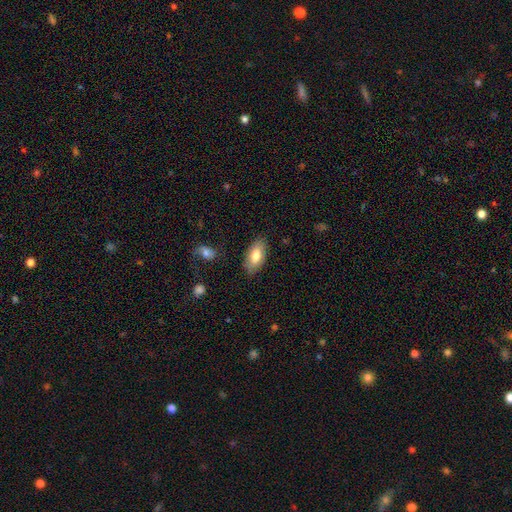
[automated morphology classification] Overall: smooth (77%). How rounded: in between (92%). Merging: none (85%).